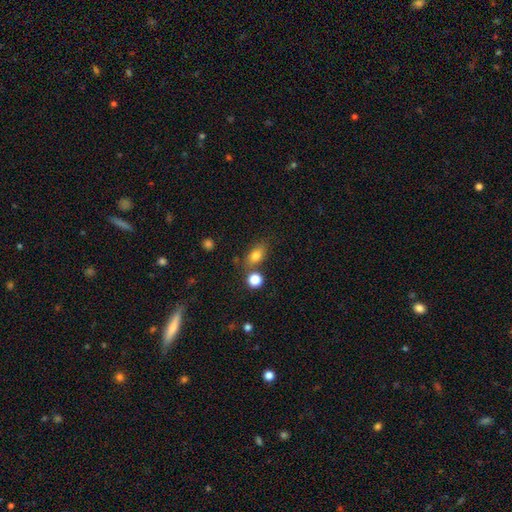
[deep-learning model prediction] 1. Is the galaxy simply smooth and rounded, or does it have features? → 79% smooth, 11% star or artifact, 10% featured or disk.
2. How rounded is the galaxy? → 76% in between, 20% round, 4% cigar-shaped.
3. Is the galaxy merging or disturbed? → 68% none, 15% minor disturbance, 13% merger, 5% major disturbance.